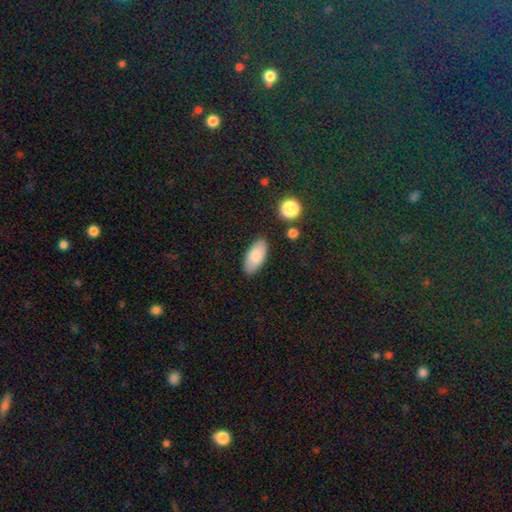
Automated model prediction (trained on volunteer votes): Smooth or featured?
  - smooth: 86% *
  - featured or disk: 8%
  - star or artifact: 7%
How rounded?
  - in between: 89% *
  - cigar-shaped: 9%
  - round: 2%
Merging?
  - none: 85% *
  - minor disturbance: 10%
  - major disturbance: 2%
  - merger: 2%